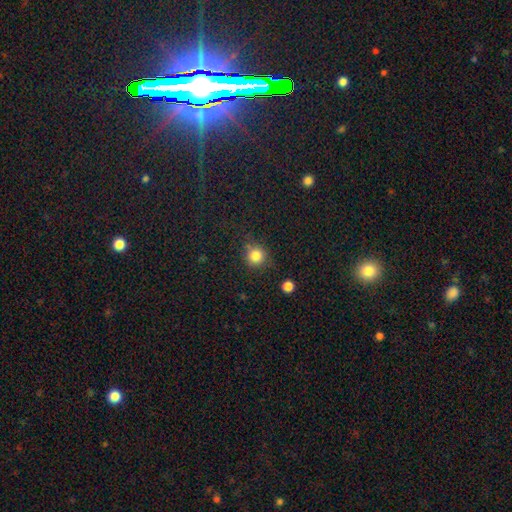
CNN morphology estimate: Smooth or featured? smooth (83%)
How rounded? round (90%)
Merging? none (76%)